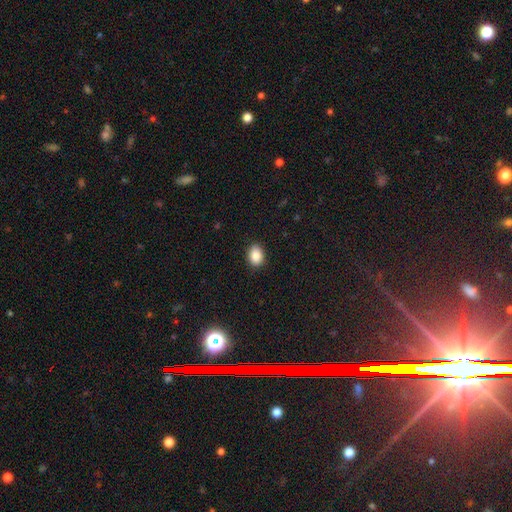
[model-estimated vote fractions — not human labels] This appears to be a smooth galaxy with no disk features (87%) that is in between round and cigar-shaped (74%). Merging: none (89%).